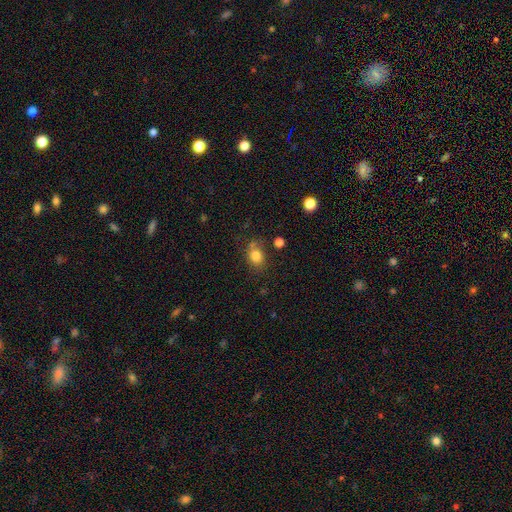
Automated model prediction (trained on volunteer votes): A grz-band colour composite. It shows a smooth galaxy with no disk features (81%) that is round (52%). Merging: none (67%).